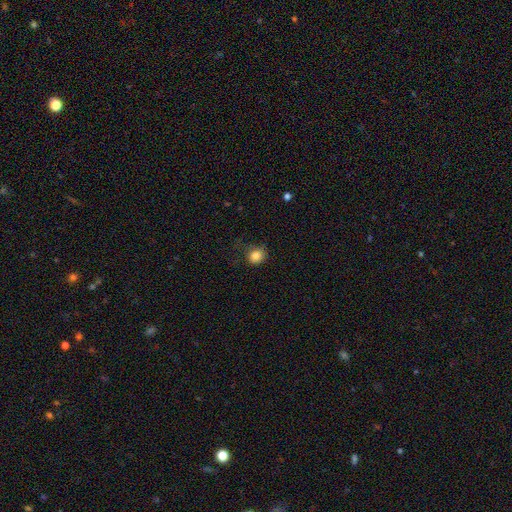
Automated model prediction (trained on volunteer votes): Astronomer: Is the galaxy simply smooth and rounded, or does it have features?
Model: smooth — 83%.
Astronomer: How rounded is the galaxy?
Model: round — 82%.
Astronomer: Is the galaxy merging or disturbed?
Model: none — 68%.